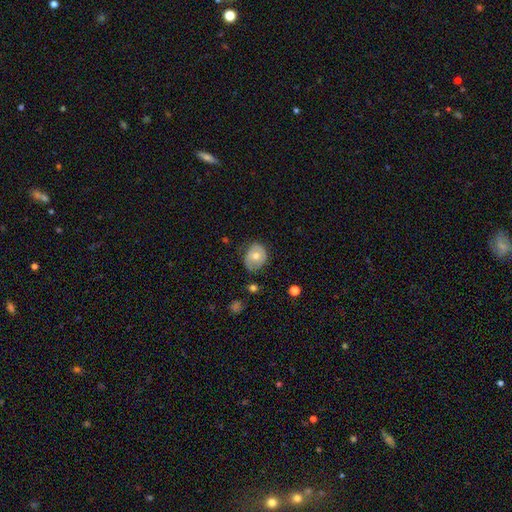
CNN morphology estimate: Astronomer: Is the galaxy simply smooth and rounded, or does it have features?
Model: smooth — 57% (runner-up: featured or disk, 35%).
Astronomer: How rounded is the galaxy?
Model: round — 54% (runner-up: in between, 45%).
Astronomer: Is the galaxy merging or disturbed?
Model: none — 64%.